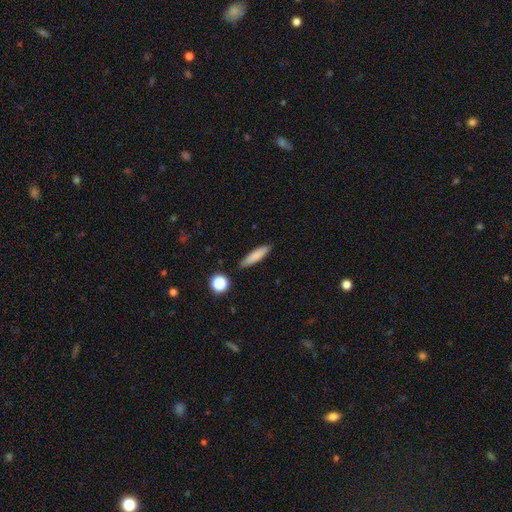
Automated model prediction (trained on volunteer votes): Q: Smooth or featured?
A: smooth (81%); runner-up: featured or disk (11%)
Q: How rounded?
A: cigar-shaped (78%); runner-up: in between (20%)
Q: Merging?
A: none (87%); runner-up: minor disturbance (9%)